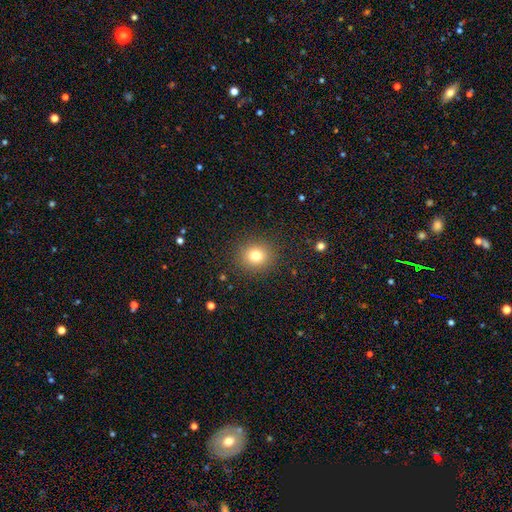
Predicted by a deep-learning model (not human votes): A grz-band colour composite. It shows a smooth galaxy with no disk features (79%) that is round (84%). Merging: none (89%).